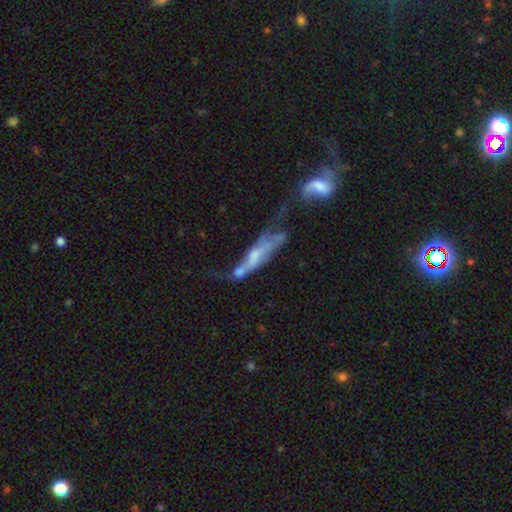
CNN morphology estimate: A featured or disk galaxy (57%).

Vote fractions:
- Smooth or featured? featured or disk: 57% / smooth: 33% / star or artifact: 10%
- Edge-on disk? no: 72% / yes: 28%
- Merging? merger: 45% / major disturbance: 26% / none: 16% / minor disturbance: 13%